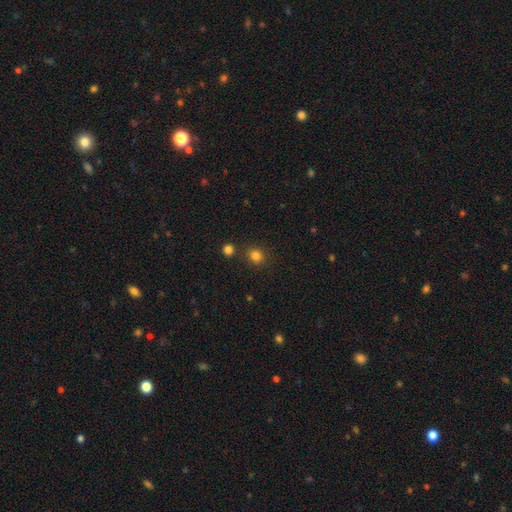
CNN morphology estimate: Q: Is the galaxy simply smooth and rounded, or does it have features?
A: smooth — 82%.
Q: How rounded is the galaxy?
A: round — 84%.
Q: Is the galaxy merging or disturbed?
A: none — 83%.